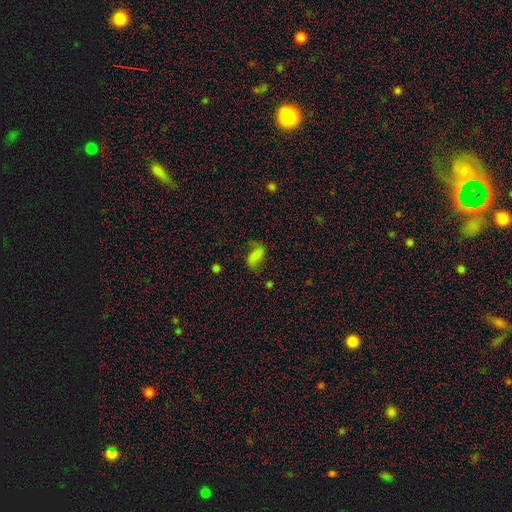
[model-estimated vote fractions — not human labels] Smooth or featured: smooth — 54% (featured or disk — 34%)
How rounded: in between — 86% (cigar-shaped — 7%)
Merging: none — 59% (minor disturbance — 23%)